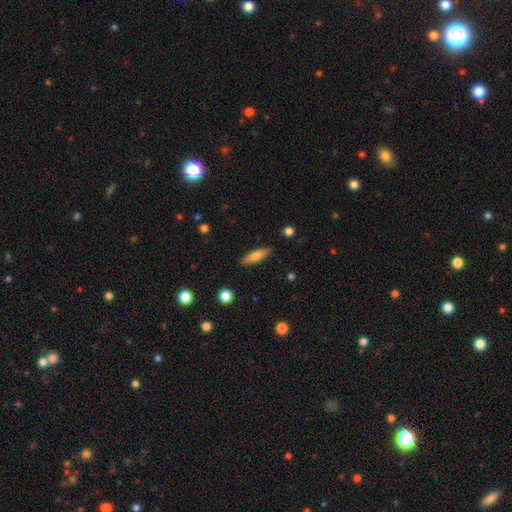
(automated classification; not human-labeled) Overall: smooth (68%). How rounded: cigar-shaped (57%; in between 41%). Merging: none (88%).